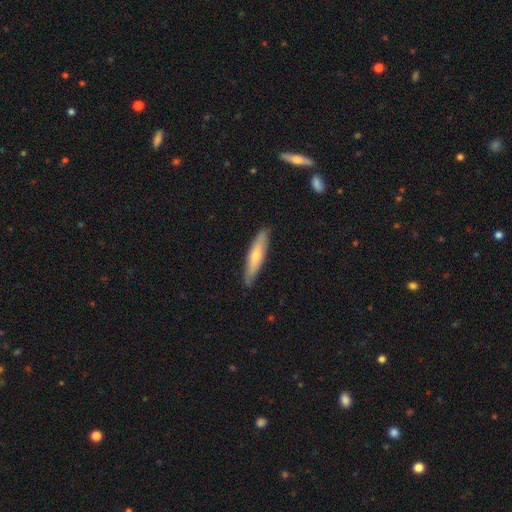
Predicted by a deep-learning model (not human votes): A smooth galaxy with no disk features (56%) that is cigar-shaped (83%).

Vote fractions:
- Smooth or featured? smooth: 56% / featured or disk: 38% / star or artifact: 6%
- How rounded? cigar-shaped: 83% / in between: 15% / round: 1%
- Merging? none: 86% / minor disturbance: 11% / major disturbance: 2% / merger: 1%